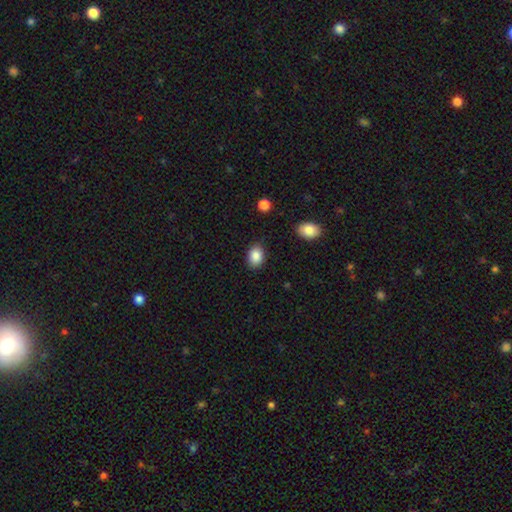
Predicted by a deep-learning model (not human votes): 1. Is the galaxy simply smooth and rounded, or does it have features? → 87% smooth, 8% star or artifact, 5% featured or disk.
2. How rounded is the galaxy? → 72% in between, 27% round, 1% cigar-shaped.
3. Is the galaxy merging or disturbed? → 84% none, 11% minor disturbance, 3% major disturbance, 2% merger.